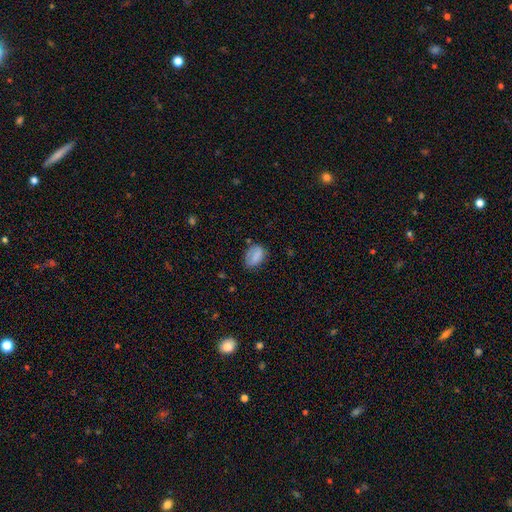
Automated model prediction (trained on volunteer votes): The model was most divided on "merging": none: 62%, minor disturbance: 26%, major disturbance: 9%, merger: 2%. More confident: how rounded — in between (79%); smooth or featured — smooth (76%).